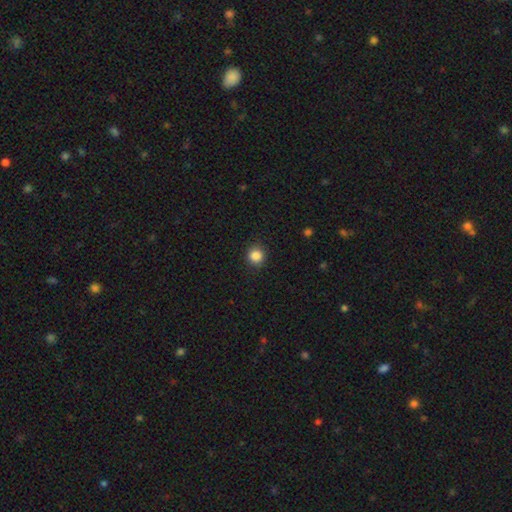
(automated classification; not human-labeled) Smooth or featured: smooth — 86% (star or artifact — 11%)
How rounded: round — 93% (in between — 6%)
Merging: none — 90% (minor disturbance — 7%)